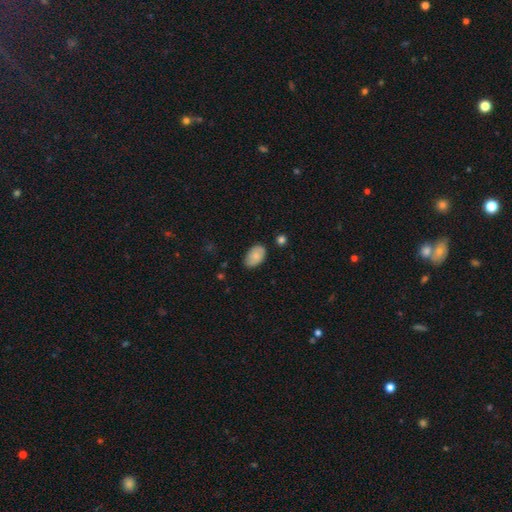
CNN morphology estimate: Q: Smooth or featured?
A: smooth (80%); runner-up: featured or disk (13%)
Q: How rounded?
A: in between (92%); runner-up: round (6%)
Q: Merging?
A: none (77%); runner-up: minor disturbance (18%)